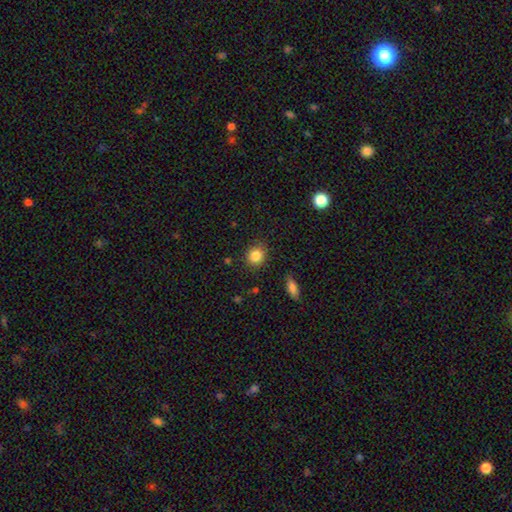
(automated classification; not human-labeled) This appears to be a smooth galaxy with no disk features (85%) that is round (79%). Merging: none (86%).